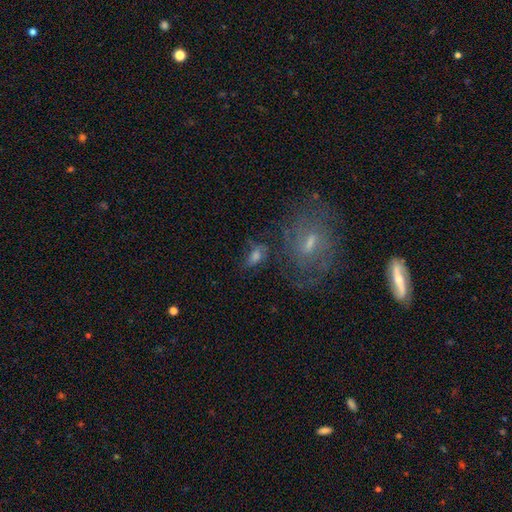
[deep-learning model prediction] Morphology: type=smooth (48%); merging=none (57%).